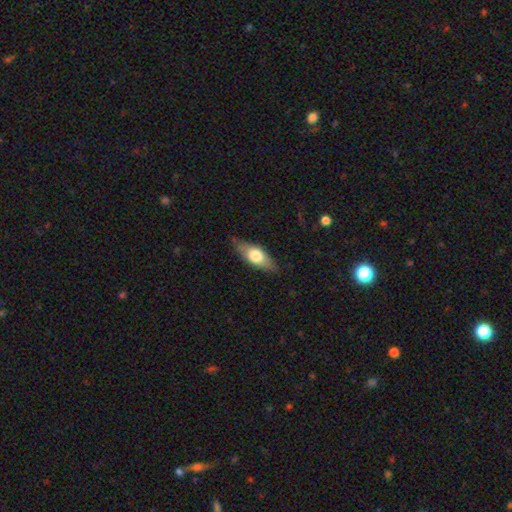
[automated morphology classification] Overall: smooth (59%; featured or disk 35%). How rounded: in between (74%). Merging: none (80%).